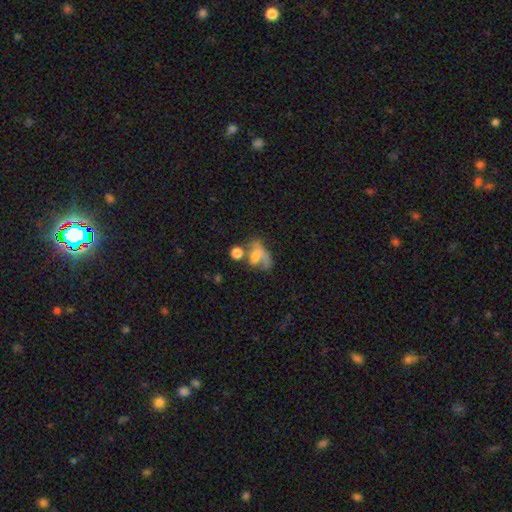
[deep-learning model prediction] Smooth or featured?
  - smooth: 51% *
  - featured or disk: 36%
  - star or artifact: 13%
How rounded?
  - in between: 63% *
  - round: 35%
  - cigar-shaped: 3%
Merging?
  - major disturbance: 31% *
  - merger: 30%
  - none: 24%
  - minor disturbance: 16%